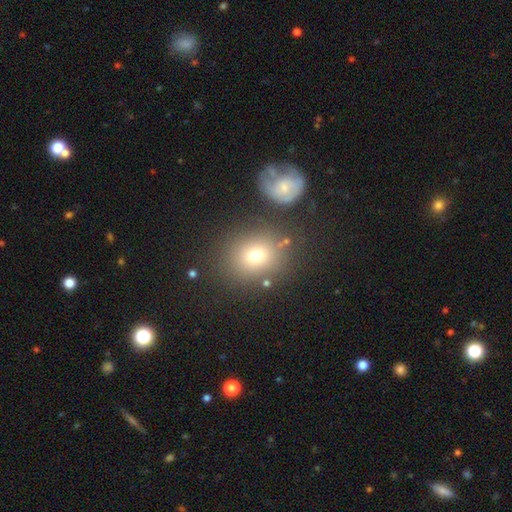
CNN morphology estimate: smooth 73%, featured or disk 14%, star or artifact 13%. Down the decision tree: how rounded — round (65%); merging — none (74%).